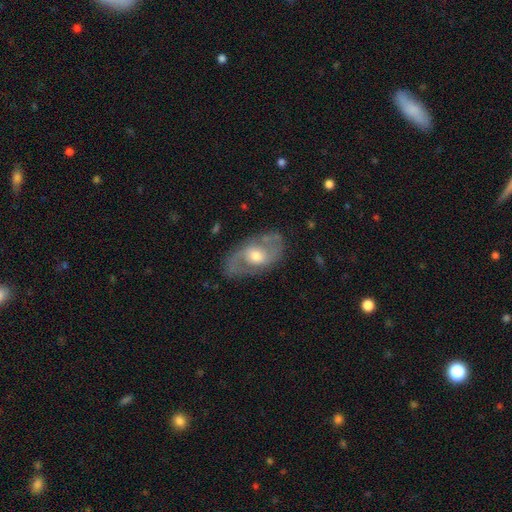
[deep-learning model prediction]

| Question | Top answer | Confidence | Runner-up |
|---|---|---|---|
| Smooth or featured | featured or disk | 77% | smooth (18%) |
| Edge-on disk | no | 95% | yes (5%) |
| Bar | no | 54% | weak (37%) |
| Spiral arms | yes | 85% | no (15%) |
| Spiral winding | medium | 50% | loose (31%) |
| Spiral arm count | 2 | 86% | can't tell (7%) |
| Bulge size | moderate | 66% | small (19%) |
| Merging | none | 74% | minor disturbance (16%) |